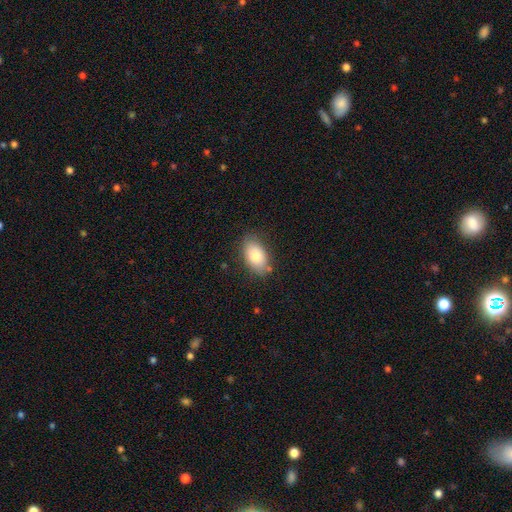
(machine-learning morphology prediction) smooth 82%, featured or disk 11%, star or artifact 7%. Down the decision tree: how rounded — in between (93%); merging — none (79%).